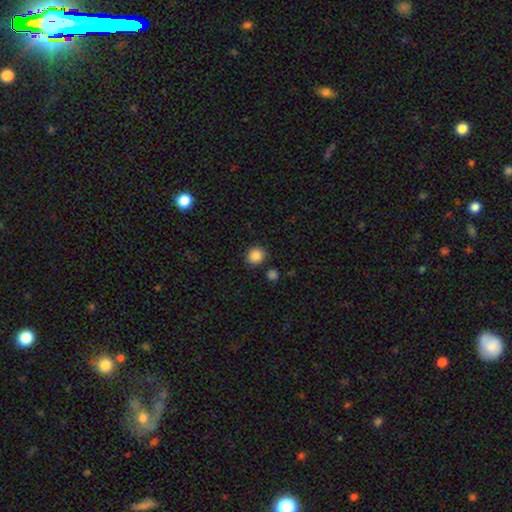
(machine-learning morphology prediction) This is clearly a smooth galaxy (87%). How rounded: clearly round (89%). Merging: clearly none (87%).